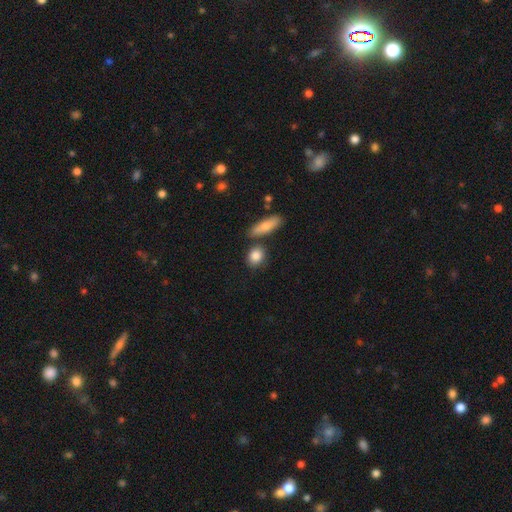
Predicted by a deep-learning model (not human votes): Overall: smooth (85%). How rounded: round (54%; in between 40%). Merging: none (72%).